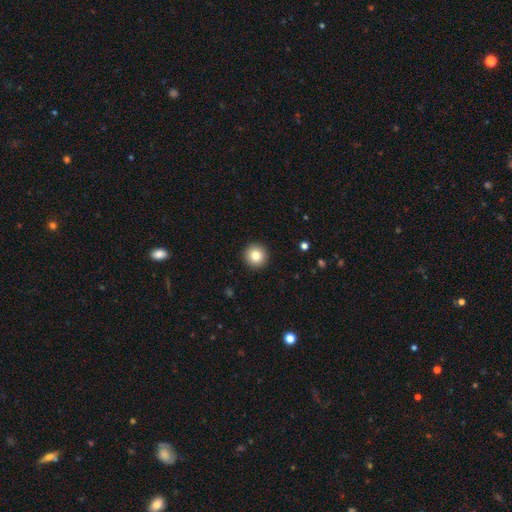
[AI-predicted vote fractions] smooth 82%, star or artifact 10%, featured or disk 8%. Down the decision tree: how rounded — round (96%); merging — none (93%).